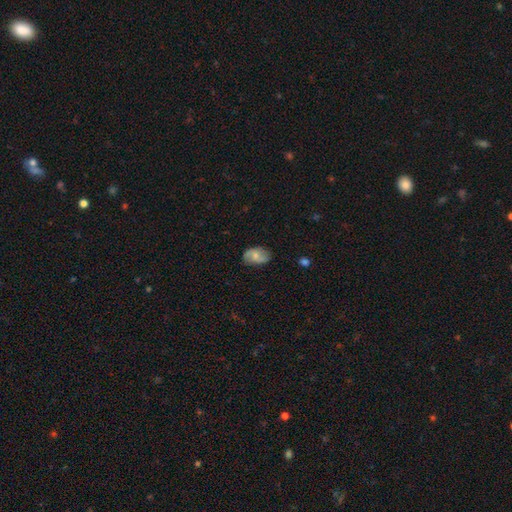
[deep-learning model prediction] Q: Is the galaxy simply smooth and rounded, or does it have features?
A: smooth — 57%.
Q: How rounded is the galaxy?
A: in between — 88%.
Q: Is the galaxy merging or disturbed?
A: none — 74%.